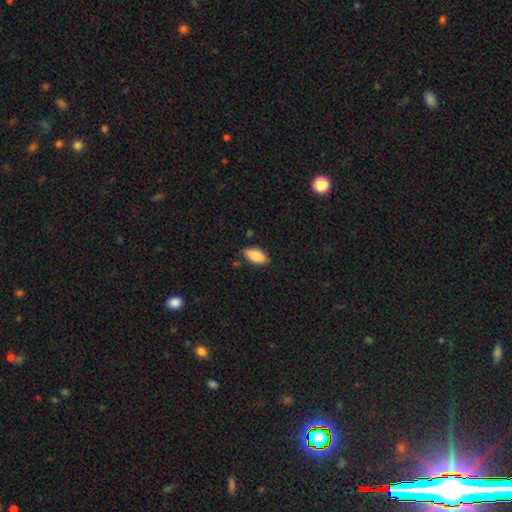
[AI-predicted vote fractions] This appears to be a smooth galaxy with no disk features (85%) that is in between round and cigar-shaped (90%). Merging: none (83%).